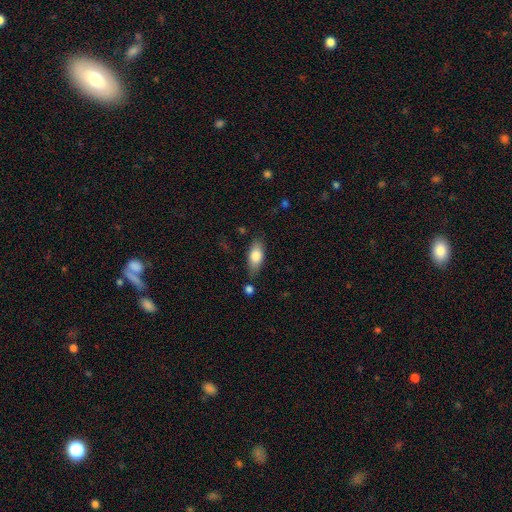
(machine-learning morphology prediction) Smooth or featured: smooth — 78% (featured or disk — 15%)
How rounded: in between — 84% (cigar-shaped — 12%)
Merging: none — 75% (minor disturbance — 17%)